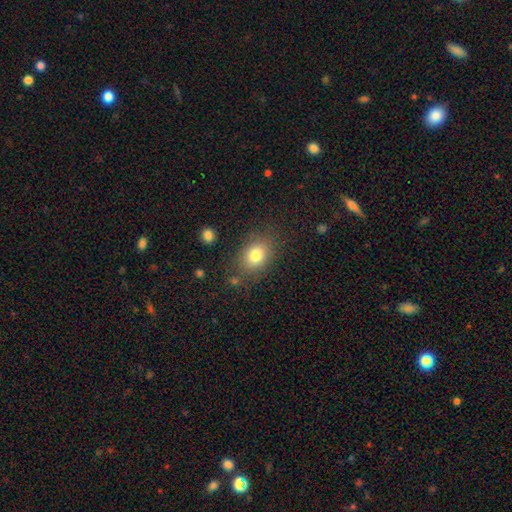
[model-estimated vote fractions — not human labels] Smooth or featured?
  - smooth: 80% *
  - featured or disk: 10%
  - star or artifact: 10%
How rounded?
  - in between: 71% *
  - round: 28%
  - cigar-shaped: 1%
Merging?
  - none: 78% *
  - minor disturbance: 14%
  - major disturbance: 5%
  - merger: 3%